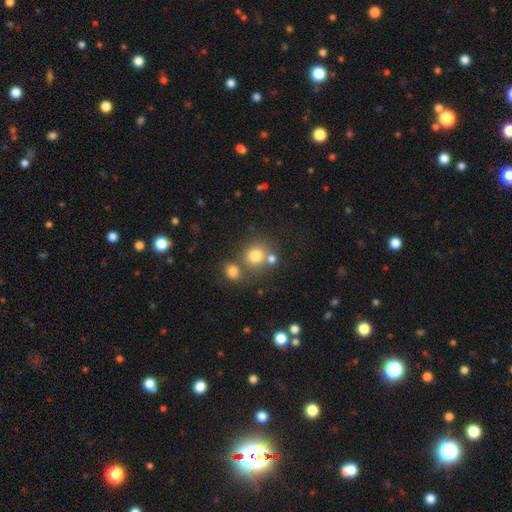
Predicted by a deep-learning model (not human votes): smooth-or-featured: smooth: 76% | star or artifact: 14% | featured or disk: 10%
  how-rounded: round: 87% | in between: 12% | cigar-shaped: 1%
  merging: none: 60% | merger: 26% | minor disturbance: 9% | major disturbance: 4%